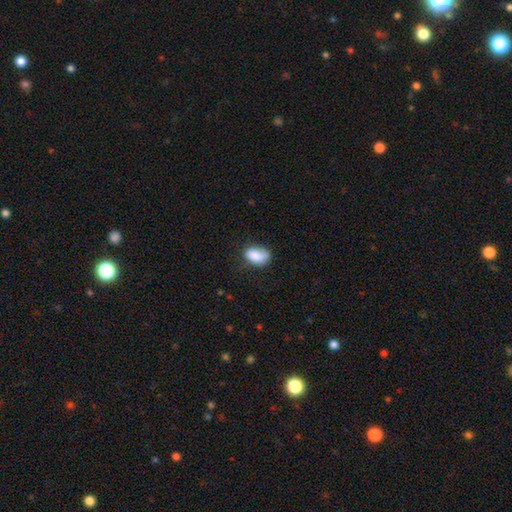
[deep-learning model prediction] Overall: smooth (85%). How rounded: in between (87%). Merging: none (60%; minor disturbance 29%).